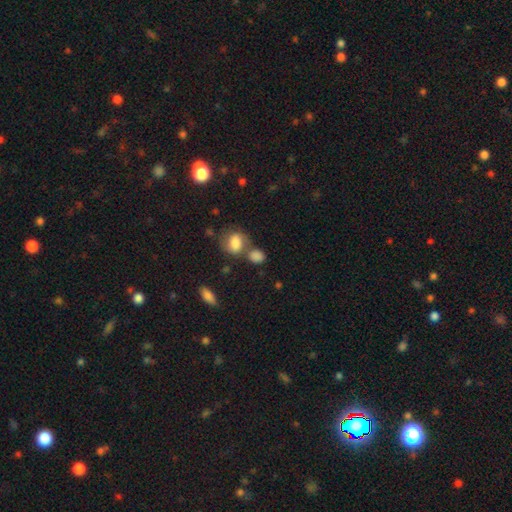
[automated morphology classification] The model was most divided on "how rounded": in between: 50%, round: 47%, cigar-shaped: 2%. Remaining: smooth or featured — smooth (82%); merging — none (47%).